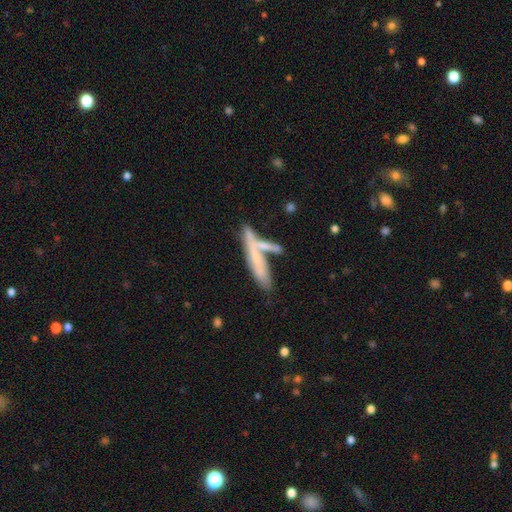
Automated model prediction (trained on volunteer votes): Q: Smooth or featured?
A: smooth (47%); runner-up: featured or disk (44%)
Q: Merging?
A: none (40%); runner-up: merger (38%)